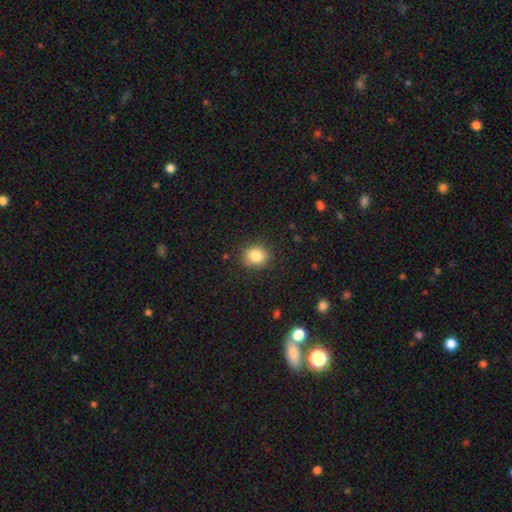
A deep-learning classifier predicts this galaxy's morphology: Smooth or featured? Predicted: smooth (p=0.84). How rounded? Predicted: round (p=0.76). Merging? Predicted: none (p=0.87).